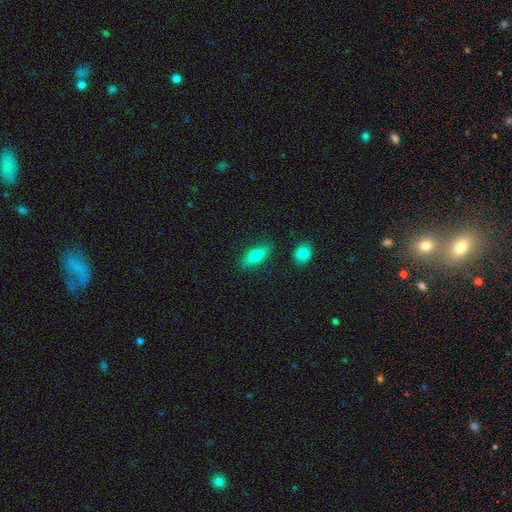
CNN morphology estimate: Smooth or featured: smooth — 72% (featured or disk — 21%)
How rounded: in between — 73% (cigar-shaped — 22%)
Merging: none — 83% (minor disturbance — 12%)